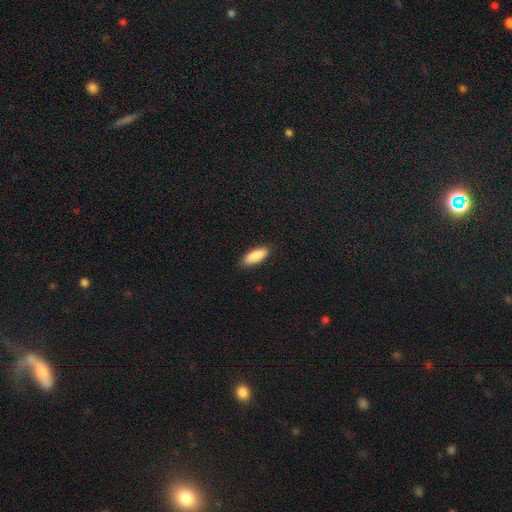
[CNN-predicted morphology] Smooth or featured? Predicted: smooth (p=0.89). How rounded? Predicted: in between (p=0.67). Merging? Predicted: none (p=0.88).